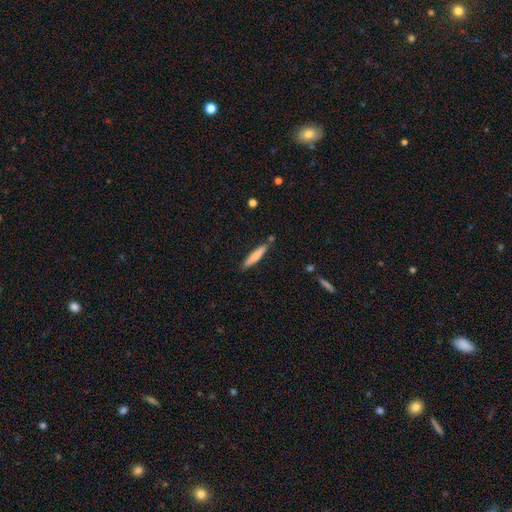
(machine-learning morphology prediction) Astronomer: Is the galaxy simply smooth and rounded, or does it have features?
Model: smooth — 72%.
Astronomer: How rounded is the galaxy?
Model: cigar-shaped — 92%.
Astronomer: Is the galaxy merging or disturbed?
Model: none — 83%.